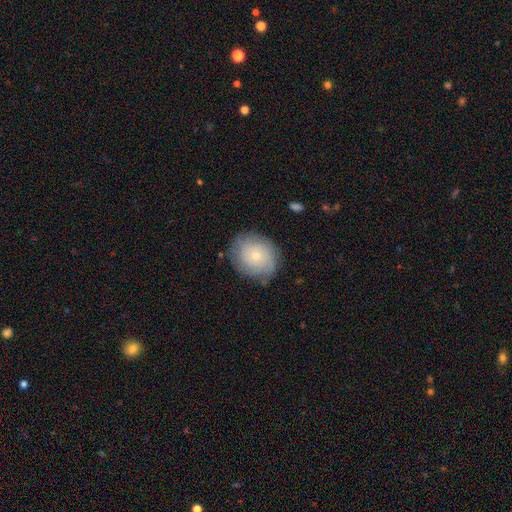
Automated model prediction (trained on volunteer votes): Smooth or featured: smooth — 52% (featured or disk — 40%)
How rounded: round — 73% (in between — 26%)
Merging: none — 77% (minor disturbance — 17%)